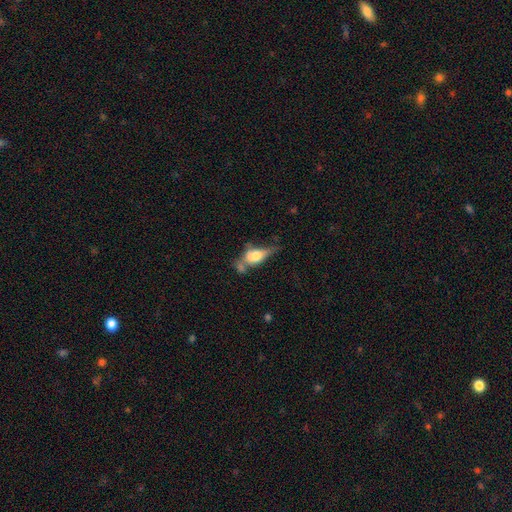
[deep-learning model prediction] Smooth or featured: smooth — 54% (featured or disk — 37%)
How rounded: in between — 73% (cigar-shaped — 19%)
Merging: merger — 33% (none — 25%)